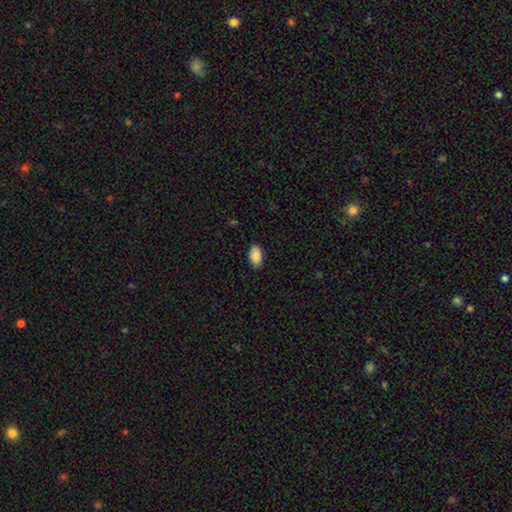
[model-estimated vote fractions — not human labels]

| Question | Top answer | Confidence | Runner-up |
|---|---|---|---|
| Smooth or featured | smooth | 90% | star or artifact (7%) |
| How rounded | in between | 94% | round (4%) |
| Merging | none | 86% | minor disturbance (11%) |